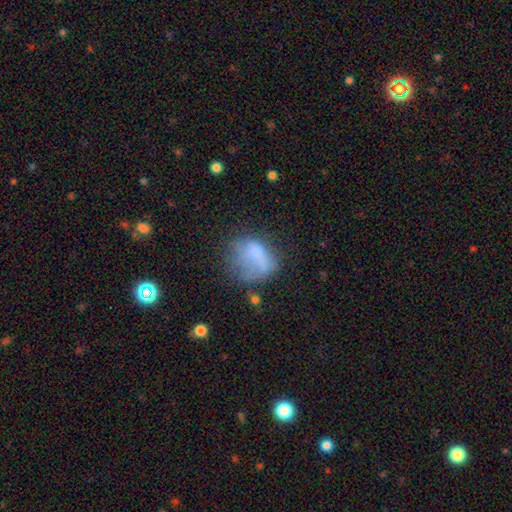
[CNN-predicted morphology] The model was most divided on "merging": major disturbance: 34%, none: 33%, minor disturbance: 26%, merger: 7%. More confident: smooth or featured — smooth (63%); how rounded — in between (54%).